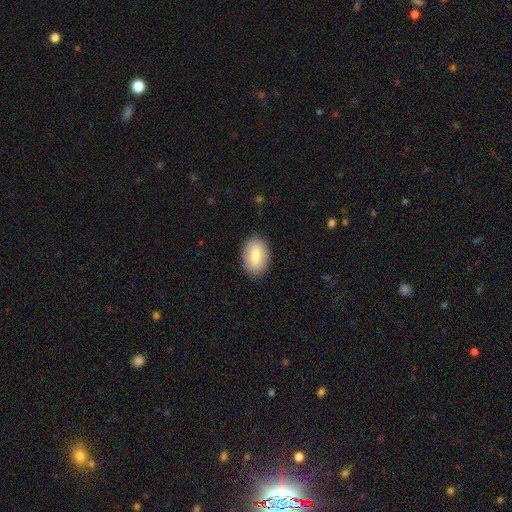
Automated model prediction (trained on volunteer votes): Smooth or featured: smooth — 75% (featured or disk — 19%)
How rounded: in between — 88% (round — 10%)
Merging: none — 87% (minor disturbance — 9%)